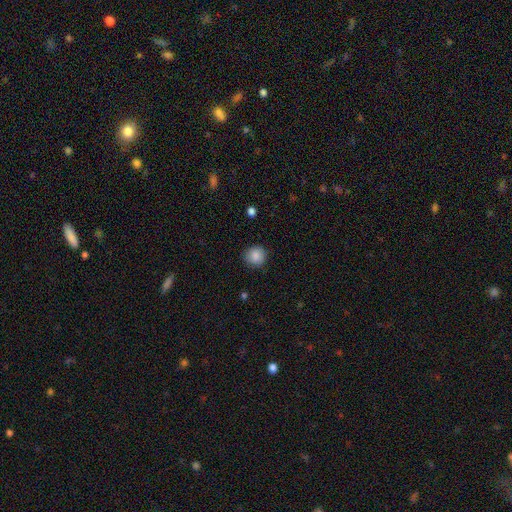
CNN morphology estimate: Smooth or featured? Predicted: smooth (p=0.87). How rounded? Predicted: round (p=0.92). Merging? Predicted: none (p=0.87).